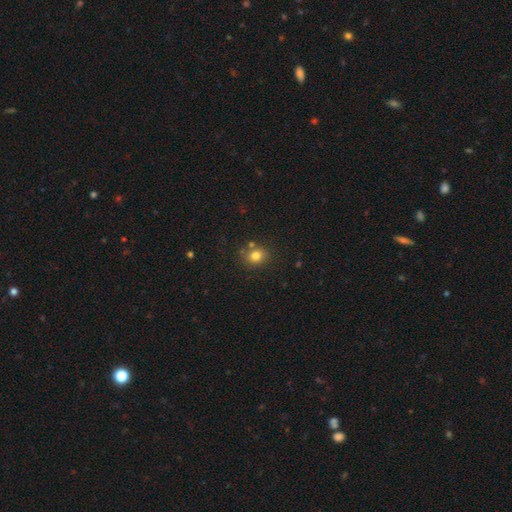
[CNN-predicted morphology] Overall: smooth (79%). How rounded: round (68%; in between 31%). Merging: none (73%).